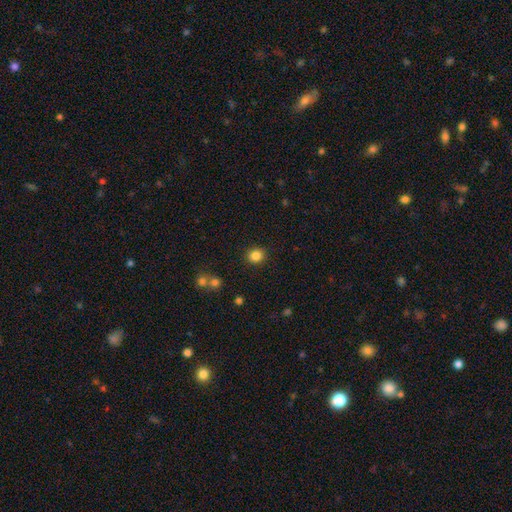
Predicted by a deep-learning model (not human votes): Smooth or featured?
  - smooth: 84% *
  - star or artifact: 11%
  - featured or disk: 5%
How rounded?
  - round: 87% *
  - in between: 13%
  - cigar-shaped: 1%
Merging?
  - none: 90% *
  - minor disturbance: 6%
  - major disturbance: 2%
  - merger: 2%